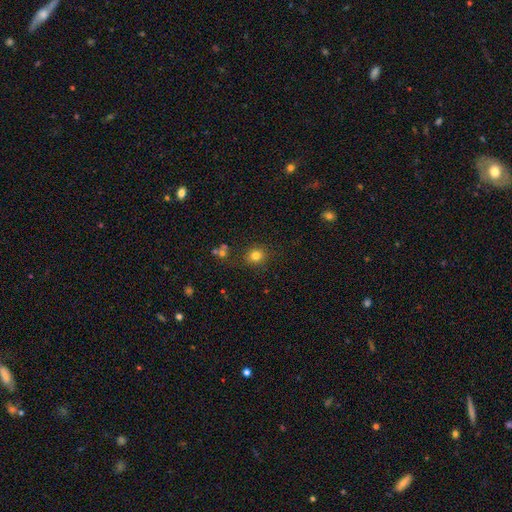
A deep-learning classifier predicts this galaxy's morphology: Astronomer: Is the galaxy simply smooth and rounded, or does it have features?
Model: smooth — 79%.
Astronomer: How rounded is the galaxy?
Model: round — 80%.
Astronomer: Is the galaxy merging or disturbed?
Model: none — 84%.